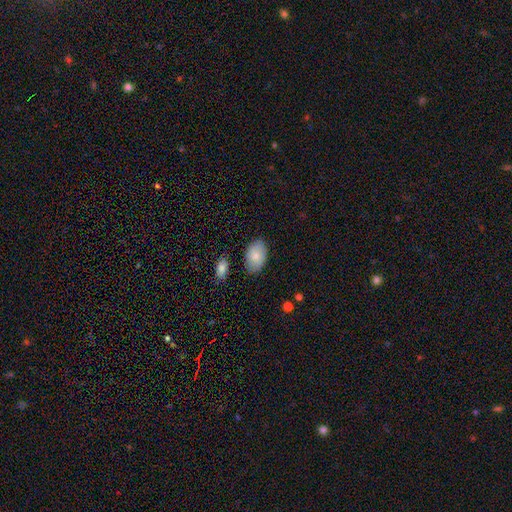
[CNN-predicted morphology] type=smooth (80%); roundness=in between (92%); merging=none (80%).